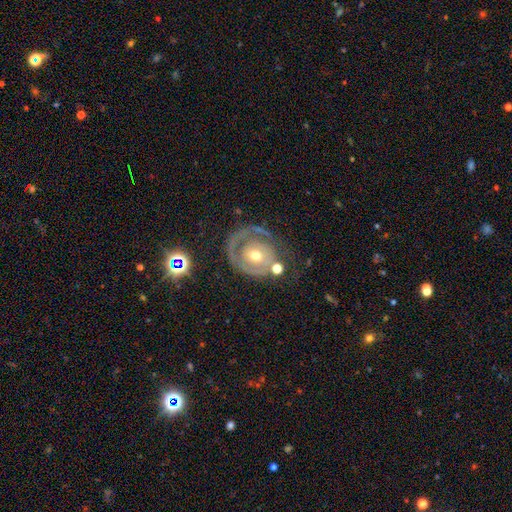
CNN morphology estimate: This is likely a featured or disk galaxy (76%). It is clearly not viewed edge-on (97%). Bar: clearly no (80%). Spiral arm pattern: likely yes (70%). Spiral arm count: possibly 1 (50%). Spiral winding: likely tight (65%). Central bulge: likely moderate (63%). Merging: possibly none (57%).